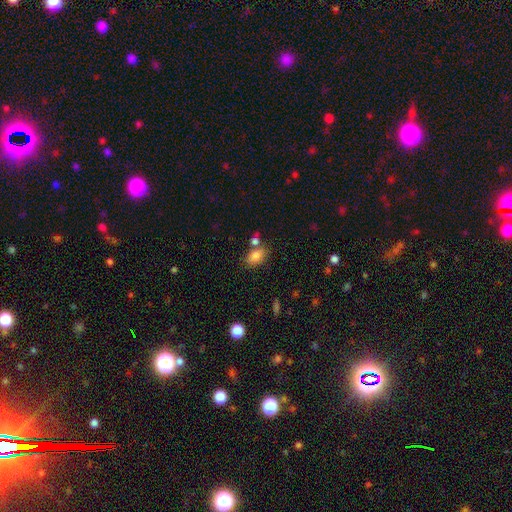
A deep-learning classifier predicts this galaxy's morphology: The model was most divided on "merging": none: 65%, merger: 17%, minor disturbance: 14%, major disturbance: 5%. More confident: how rounded — in between (85%); smooth or featured — smooth (84%).